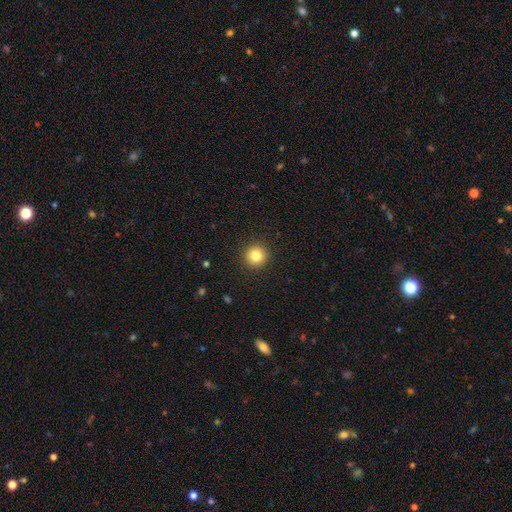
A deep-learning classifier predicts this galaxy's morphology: smooth-or-featured: smooth: 82% | star or artifact: 11% | featured or disk: 6%
  how-rounded: round: 95% | in between: 4% | cigar-shaped: 1%
  merging: none: 93% | minor disturbance: 5% | major disturbance: 2% | merger: 1%